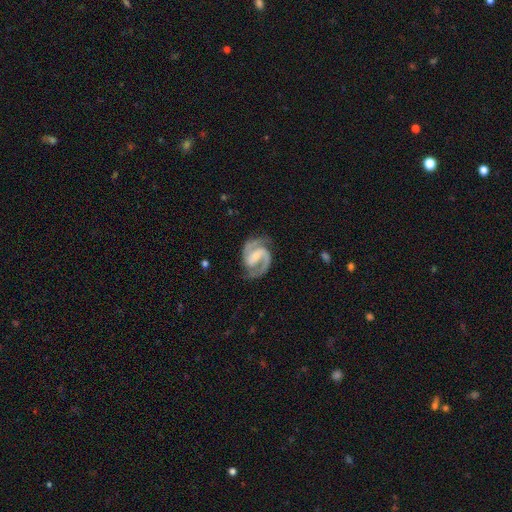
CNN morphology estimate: A featured or disk galaxy (92%) with a weak bar (44%), 2 (93%) medium (61%) spiral arms (98%) and a small central bulge (53%). Merging: none (78%).